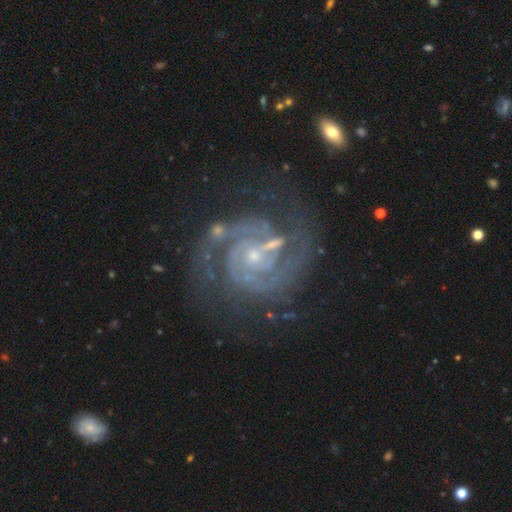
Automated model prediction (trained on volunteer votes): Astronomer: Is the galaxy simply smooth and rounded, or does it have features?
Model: featured or disk — 92%.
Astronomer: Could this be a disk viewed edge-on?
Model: no — 98%.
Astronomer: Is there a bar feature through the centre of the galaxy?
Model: no — 53% (runner-up: weak, 34%).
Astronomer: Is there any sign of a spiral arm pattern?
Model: yes — 98%.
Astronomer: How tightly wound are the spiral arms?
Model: tight — 61%.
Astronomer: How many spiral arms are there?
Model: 2 — 73%.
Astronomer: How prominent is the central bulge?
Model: small — 77%.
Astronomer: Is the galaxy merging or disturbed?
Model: none — 70%.